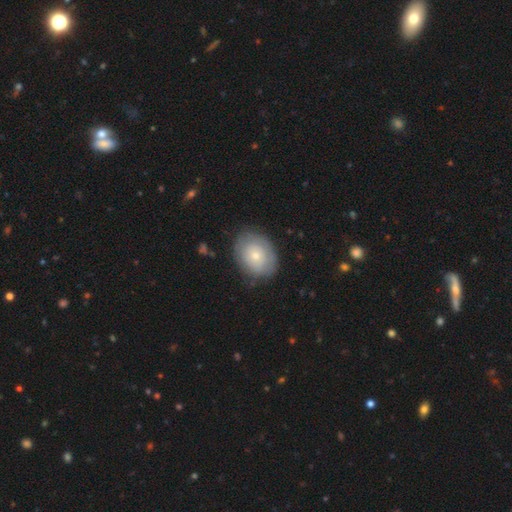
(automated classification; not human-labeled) Q: Smooth or featured?
A: smooth (64%); runner-up: featured or disk (29%)
Q: How rounded?
A: in between (56%); runner-up: round (43%)
Q: Merging?
A: none (78%); runner-up: minor disturbance (16%)